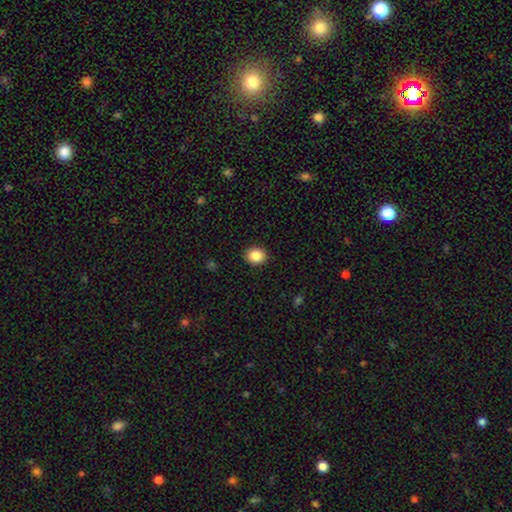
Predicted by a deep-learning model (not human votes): Smooth or featured? smooth (87%)
How rounded? round (65%)
Merging? none (91%)